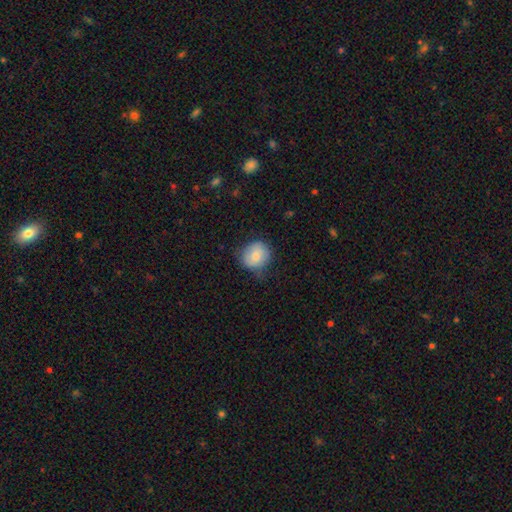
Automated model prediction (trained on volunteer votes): Morphology: type=smooth (79%); roundness=round (79%); merging=none (65%).